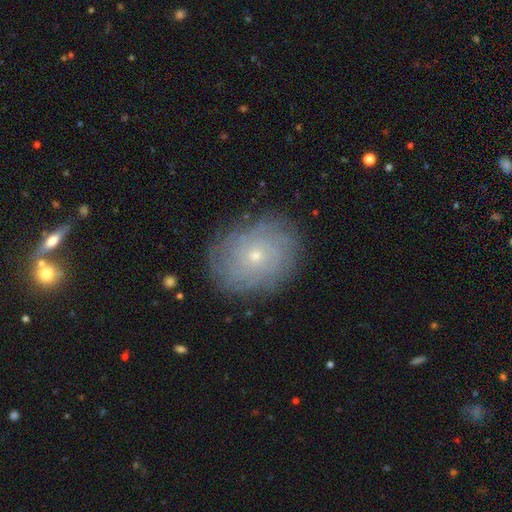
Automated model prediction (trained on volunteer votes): This appears to be a featured or disk galaxy (67%) with no bar (85%), tight (77%) spiral arms (86%) and a small central bulge (73%). Merging: none (83%).